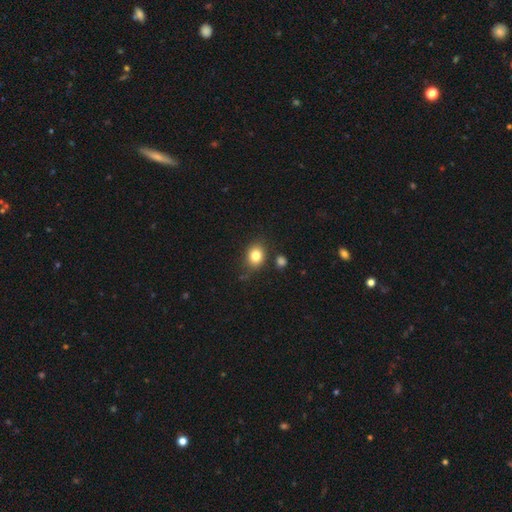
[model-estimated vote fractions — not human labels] This is clearly a smooth galaxy (82%). How rounded: possibly round (55%). Merging: likely none (79%).